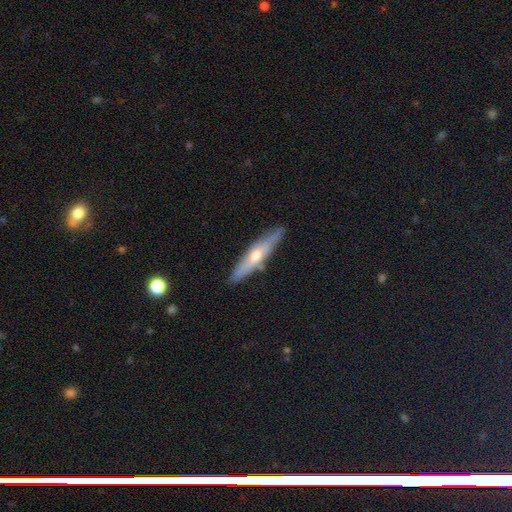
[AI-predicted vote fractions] Overall: featured or disk (56%; smooth 37%). Edge-on disk: yes (87%). Merging: none (87%).